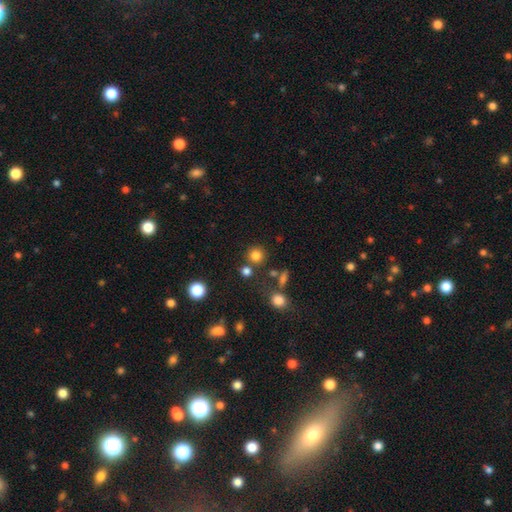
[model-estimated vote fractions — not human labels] smooth-or-featured: smooth: 80% | star or artifact: 14% | featured or disk: 6%
  how-rounded: round: 91% | in between: 8% | cigar-shaped: 1%
  merging: none: 76% | merger: 12% | minor disturbance: 8% | major disturbance: 4%